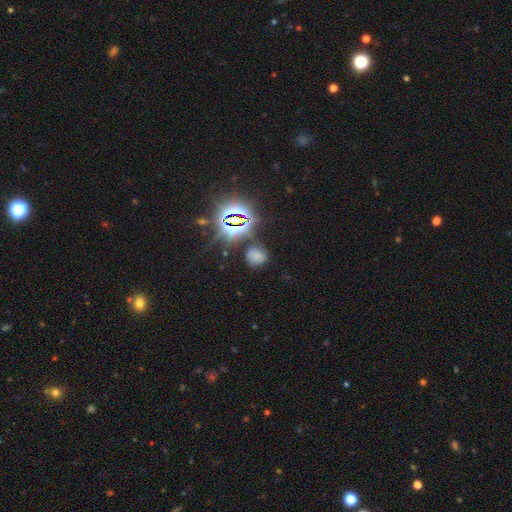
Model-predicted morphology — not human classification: smooth-or-featured: smooth: 54% | star or artifact: 34% | featured or disk: 12%
  how-rounded: round: 78% | in between: 21% | cigar-shaped: 1%
  merging: none: 74% | minor disturbance: 16% | major disturbance: 6% | merger: 5%